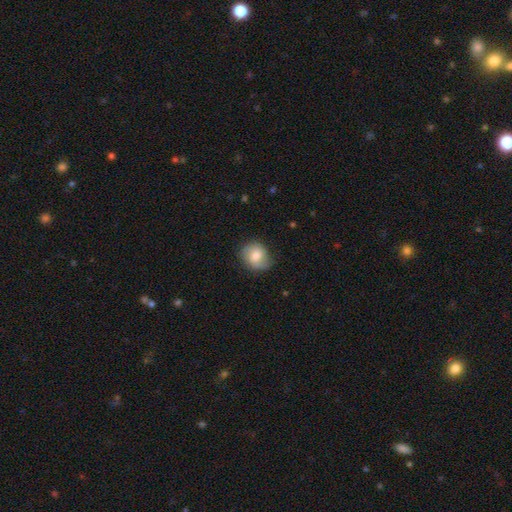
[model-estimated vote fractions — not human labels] A smooth galaxy with no disk features (66%) that is round (71%).

Vote fractions:
- Smooth or featured? smooth: 66% / featured or disk: 26% / star or artifact: 7%
- How rounded? round: 71% / in between: 28% / cigar-shaped: 1%
- Merging? none: 70% / minor disturbance: 23% / major disturbance: 6% / merger: 1%